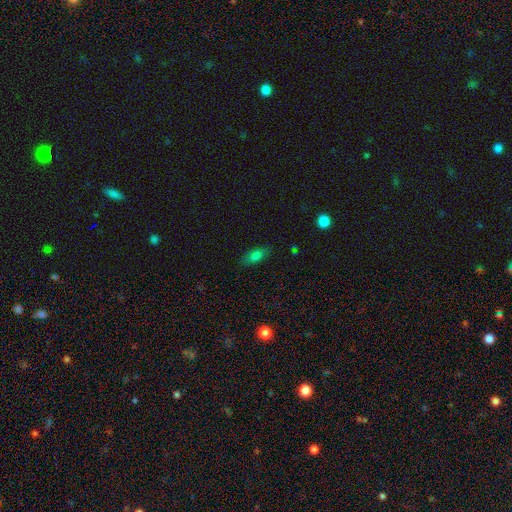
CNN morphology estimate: Smooth or featured: smooth — 75% (featured or disk — 13%)
How rounded: in between — 81% (cigar-shaped — 14%)
Merging: none — 83% (minor disturbance — 13%)